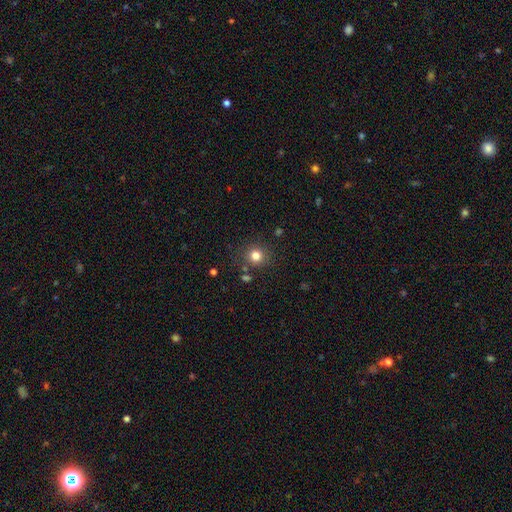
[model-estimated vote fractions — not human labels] Morphology: type=smooth (80%); roundness=round (89%); merging=none (84%).